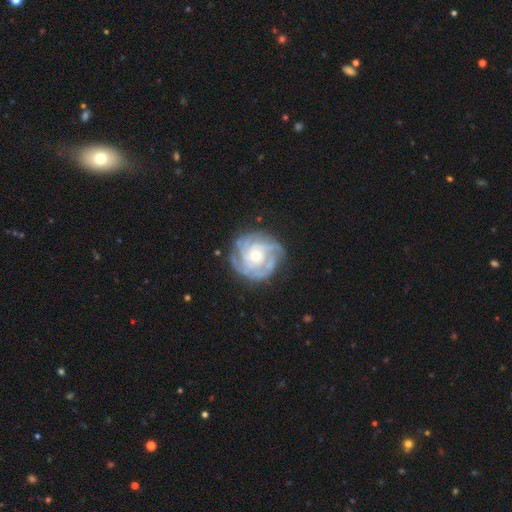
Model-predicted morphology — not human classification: The model was most divided on "spiral arm count": 4: 27%, 3: 24%, can't tell: 22%, more than 4: 11%, 2: 9%, 1: 6%. Remaining: edge-on disk — no (98%); spiral arms — yes (97%); smooth or featured — featured or disk (87%); bar — no (77%); merging — none (77%); spiral winding — tight (69%); bulge size — small (49%).